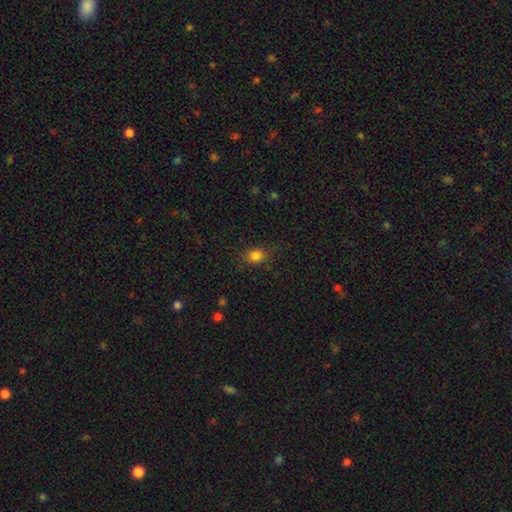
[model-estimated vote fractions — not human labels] The model was most divided on "how rounded" (2-way tie): round: 49%, in between: 49%, cigar-shaped: 2%. More confident: smooth or featured — smooth (80%); merging — none (76%).